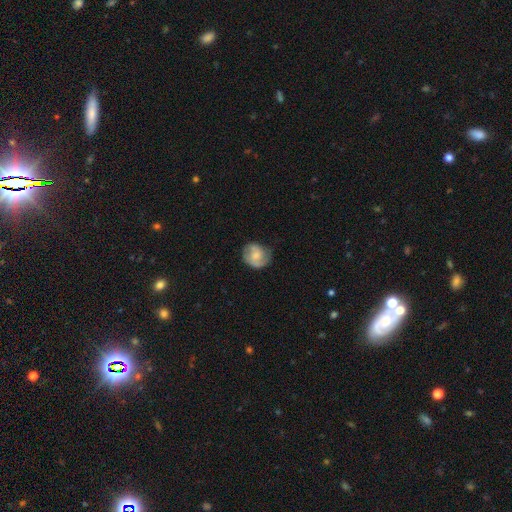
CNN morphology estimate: This is possibly a smooth galaxy (48%). Merging: likely none (62%).